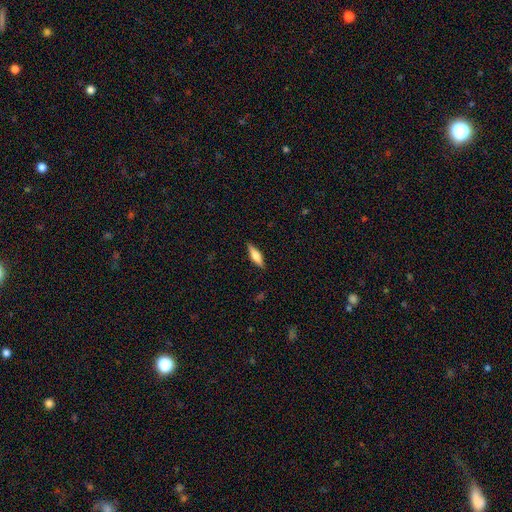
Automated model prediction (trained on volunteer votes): A smooth galaxy with no disk features (55%) that is cigar-shaped (56%). Merging: none (87%).